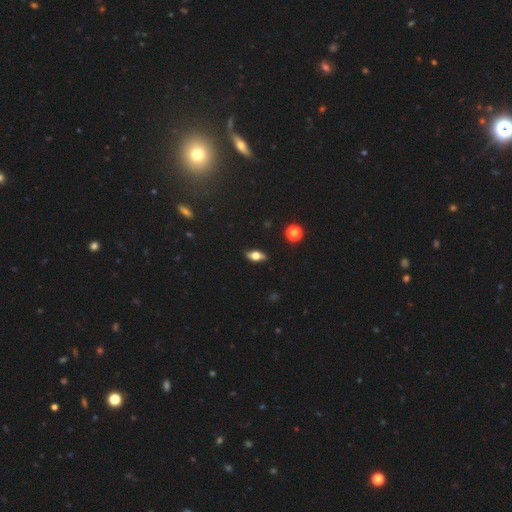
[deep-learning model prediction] Q: Smooth or featured?
A: smooth (58%); runner-up: featured or disk (33%)
Q: How rounded?
A: in between (79%); runner-up: cigar-shaped (14%)
Q: Merging?
A: none (86%); runner-up: minor disturbance (11%)